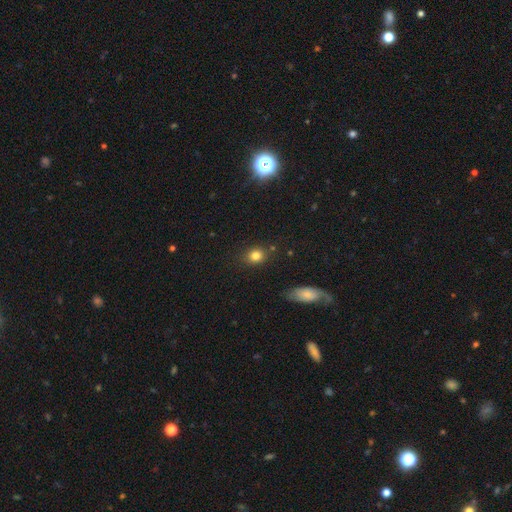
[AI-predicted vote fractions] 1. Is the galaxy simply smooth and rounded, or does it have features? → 82% smooth, 12% star or artifact, 7% featured or disk.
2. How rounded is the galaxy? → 61% round, 38% in between, 2% cigar-shaped.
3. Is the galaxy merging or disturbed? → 82% none, 12% minor disturbance, 3% merger, 3% major disturbance.